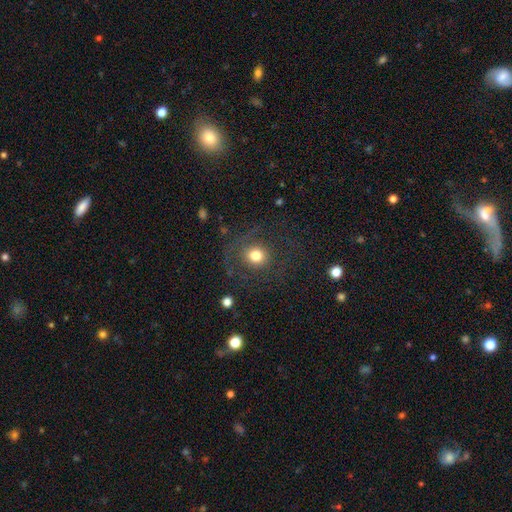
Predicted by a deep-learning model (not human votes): Q: Smooth or featured?
A: smooth (67%); runner-up: featured or disk (20%)
Q: How rounded?
A: round (87%); runner-up: in between (12%)
Q: Merging?
A: none (70%); runner-up: major disturbance (15%)